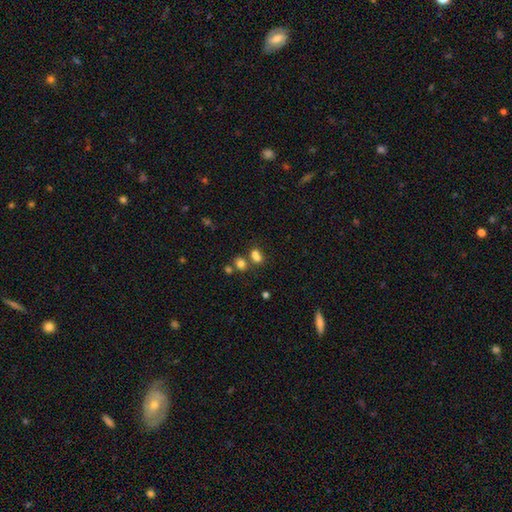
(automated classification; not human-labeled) smooth-or-featured: smooth: 75% | star or artifact: 16% | featured or disk: 9%
  how-rounded: in between: 62% | round: 36% | cigar-shaped: 2%
  merging: merger: 45% | none: 40% | minor disturbance: 10% | major disturbance: 5%